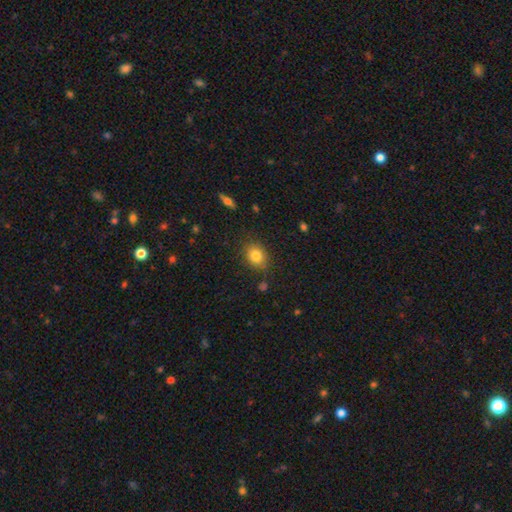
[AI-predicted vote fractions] smooth_or_featured: smooth (p=0.82) [alt: star or artifact p=0.10]
how_rounded: in between (p=0.50) [alt: round p=0.49]
merging: none (p=0.81) [alt: minor disturbance p=0.14]